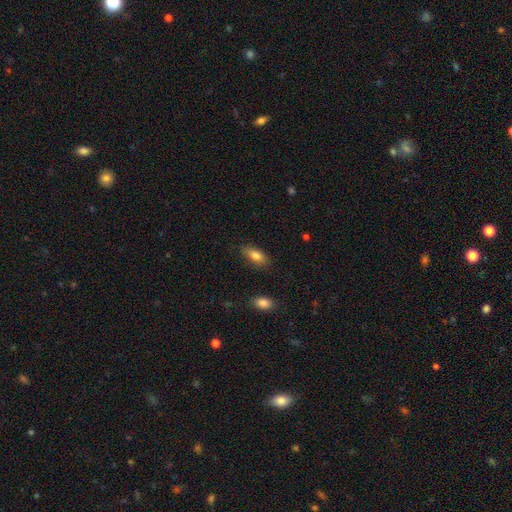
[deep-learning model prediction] Smooth or featured: smooth — 82% (featured or disk — 11%)
How rounded: in between — 84% (cigar-shaped — 13%)
Merging: none — 84% (minor disturbance — 12%)